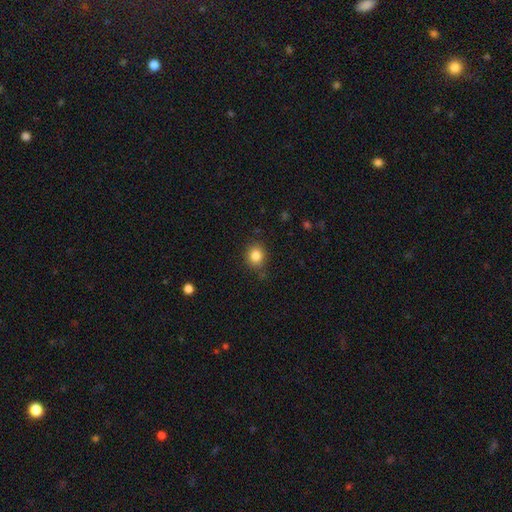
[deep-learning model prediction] This appears to be a smooth galaxy with no disk features (84%) that is round (71%). Merging: none (83%).